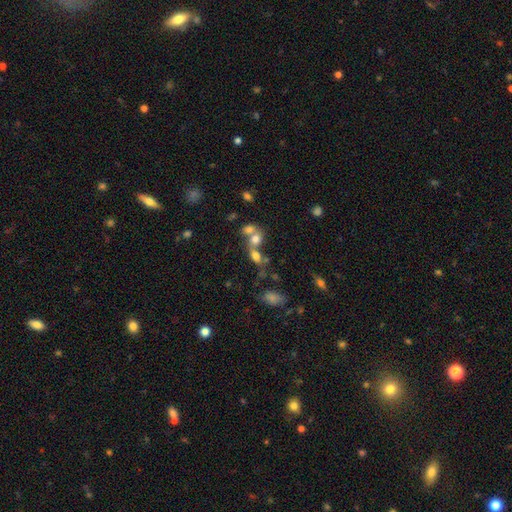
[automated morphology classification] Smooth or featured?
  - smooth: 66% *
  - featured or disk: 19%
  - star or artifact: 15%
How rounded?
  - in between: 57% *
  - round: 39%
  - cigar-shaped: 4%
Merging?
  - merger: 60% *
  - none: 25%
  - minor disturbance: 8%
  - major disturbance: 7%